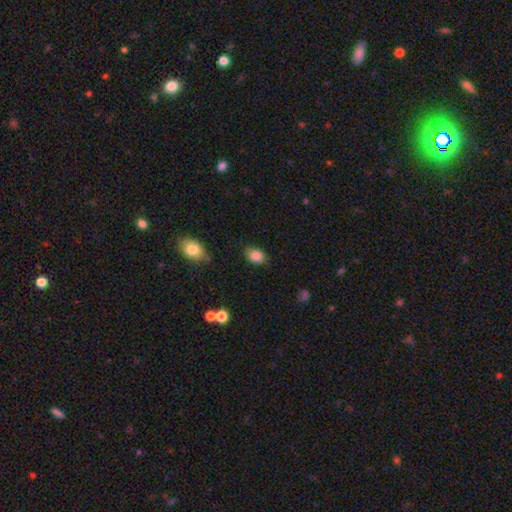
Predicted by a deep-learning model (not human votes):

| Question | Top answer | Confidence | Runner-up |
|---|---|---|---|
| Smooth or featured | smooth | 85% | star or artifact (9%) |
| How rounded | in between | 75% | round (24%) |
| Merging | none | 80% | minor disturbance (15%) |